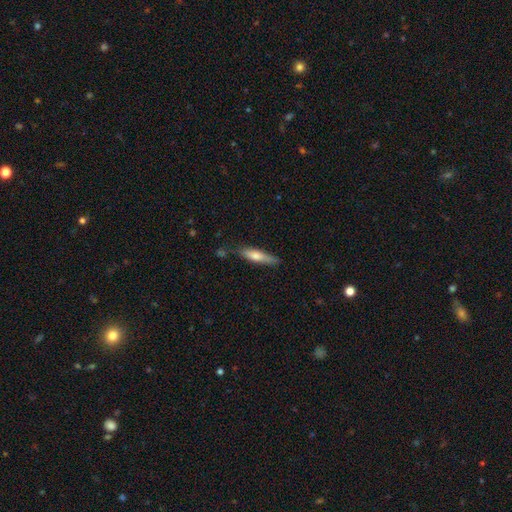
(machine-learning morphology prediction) Smooth or featured?
  - smooth: 60% *
  - featured or disk: 34%
  - star or artifact: 6%
How rounded?
  - cigar-shaped: 83% *
  - in between: 15%
  - round: 2%
Merging?
  - none: 79% *
  - minor disturbance: 16%
  - major disturbance: 3%
  - merger: 3%